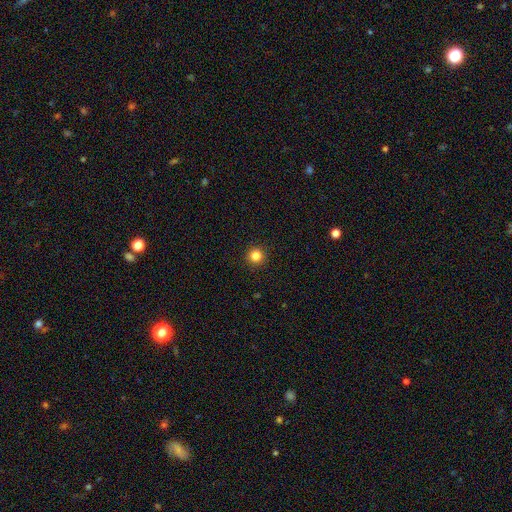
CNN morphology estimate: The model was most divided on "smooth or featured": smooth: 84%, star or artifact: 12%, featured or disk: 4%. More confident: how rounded — round (96%); merging — none (93%).